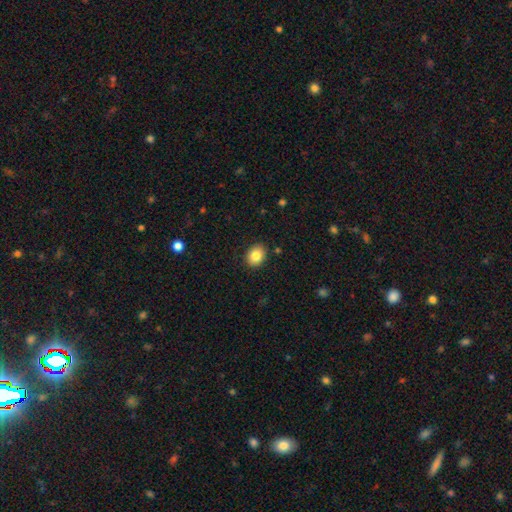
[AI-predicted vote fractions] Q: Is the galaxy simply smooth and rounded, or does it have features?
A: smooth — 84%.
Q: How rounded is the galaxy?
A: in between — 52%.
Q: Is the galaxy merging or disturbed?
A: none — 88%.